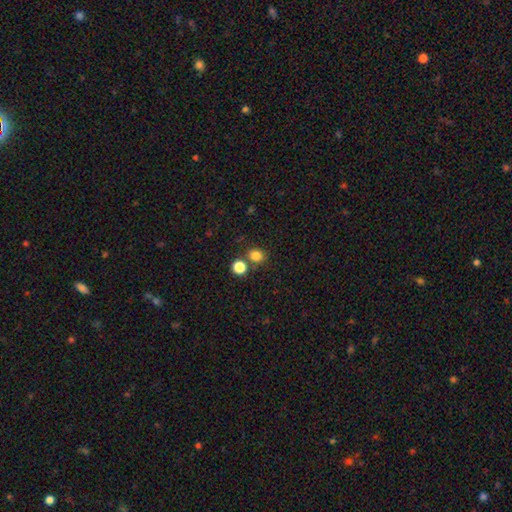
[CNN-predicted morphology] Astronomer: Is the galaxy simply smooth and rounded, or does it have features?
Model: smooth — 82%.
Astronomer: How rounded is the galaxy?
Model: round — 65%.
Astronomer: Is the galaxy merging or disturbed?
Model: none — 72%.